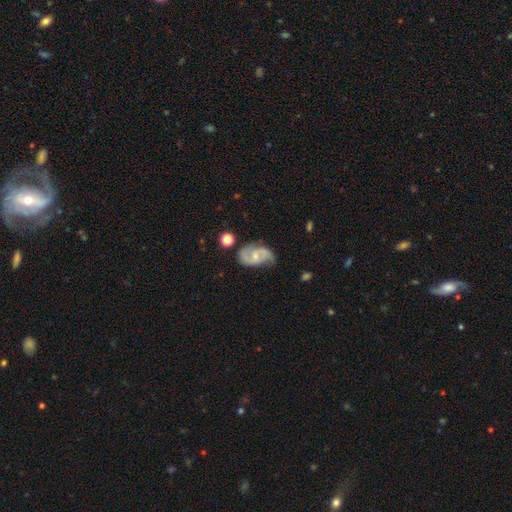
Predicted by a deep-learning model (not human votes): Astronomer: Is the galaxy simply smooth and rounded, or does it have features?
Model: featured or disk — 76%.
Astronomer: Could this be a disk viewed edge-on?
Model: no — 97%.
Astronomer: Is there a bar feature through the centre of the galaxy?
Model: weak — 45%, tied with no at 45%.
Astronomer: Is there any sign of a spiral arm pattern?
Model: yes — 93%.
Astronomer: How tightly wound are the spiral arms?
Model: medium — 47% (runner-up: loose, 34%).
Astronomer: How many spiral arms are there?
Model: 2 — 88%.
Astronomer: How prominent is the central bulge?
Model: small — 52% (runner-up: moderate, 36%).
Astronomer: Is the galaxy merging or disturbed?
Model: none — 63%.